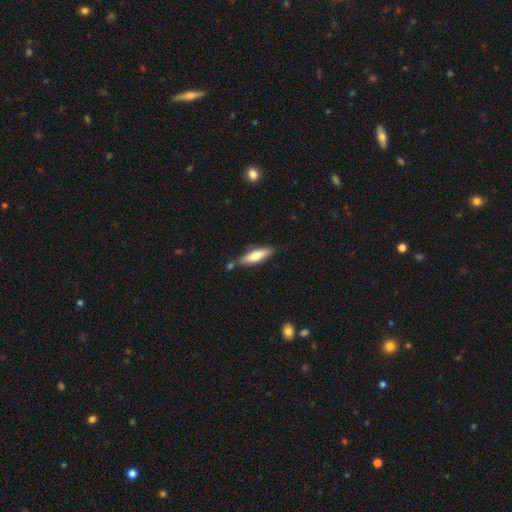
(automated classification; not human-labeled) Overall: smooth (69%). How rounded: cigar-shaped (60%; in between 38%). Merging: none (72%).